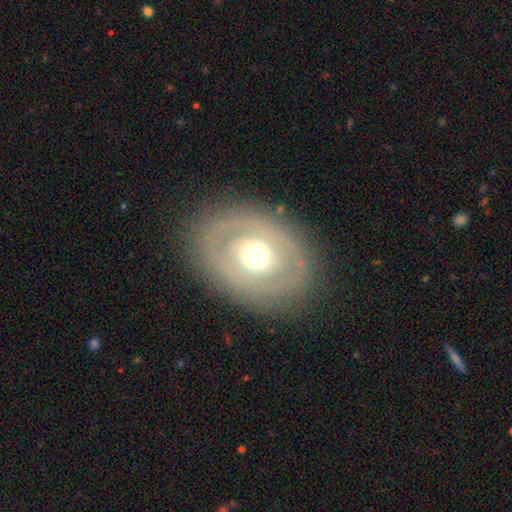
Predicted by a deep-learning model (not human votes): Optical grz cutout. It shows a featured or disk galaxy (55%) with no bar (85%), no spiral arms (84%) and a moderate central bulge (60%). Merging: none (82%).